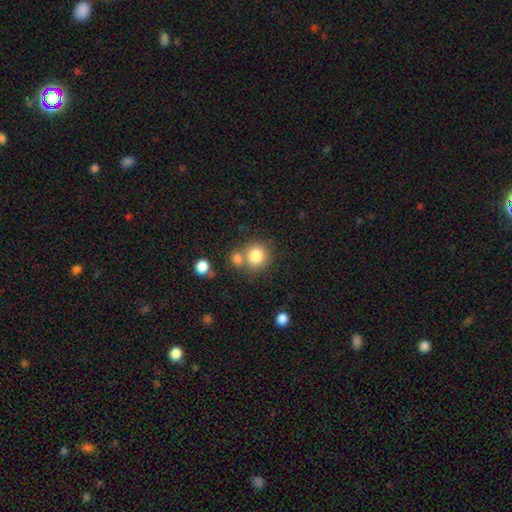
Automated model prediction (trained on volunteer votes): Morphology: type=smooth (82%); roundness=round (87%); merging=none (60%).